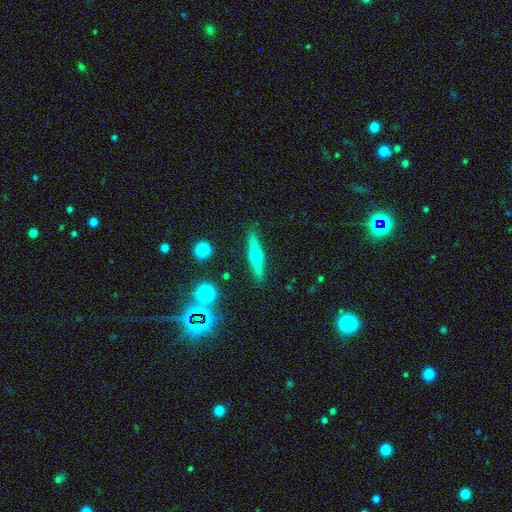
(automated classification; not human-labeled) featured or disk 68%, smooth 24%, star or artifact 7%. Down the decision tree: edge-on disk — yes (97%); edge-on bulge — rounded (95%); merging — none (90%).